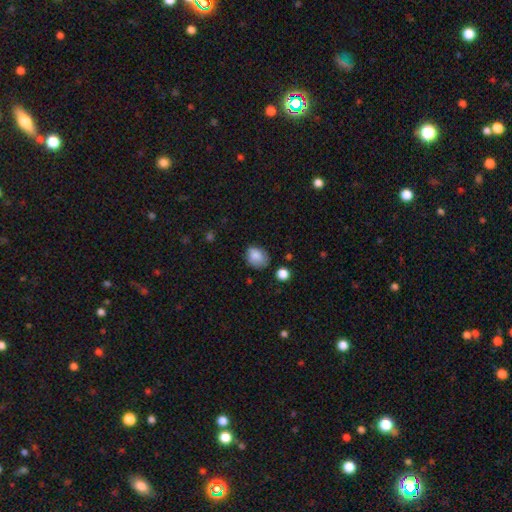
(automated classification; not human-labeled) smooth 85%, star or artifact 9%, featured or disk 7%. Down the decision tree: how rounded — in between (54%); merging — none (64%).